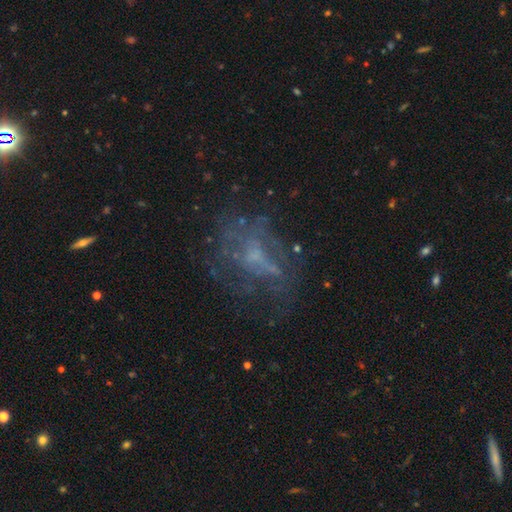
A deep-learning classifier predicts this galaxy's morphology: The model was most divided on "bulge size": small: 42%, none: 35%, moderate: 20%, large: 2%, dominant: 1%. More confident: edge-on disk — no (96%); bar — no (73%); spiral arms — no (68%); smooth or featured — featured or disk (55%); merging — none (55%).